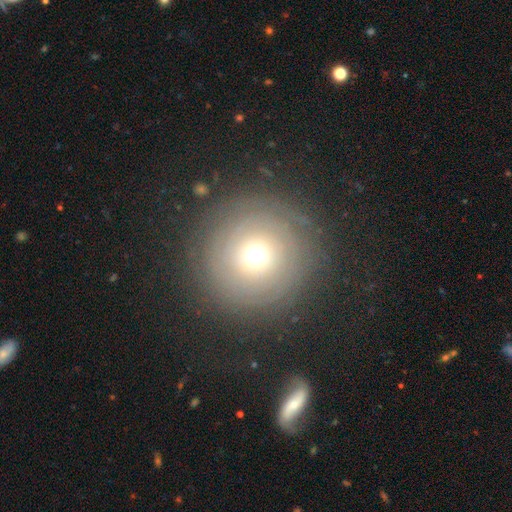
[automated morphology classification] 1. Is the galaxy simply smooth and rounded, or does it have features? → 45% smooth, 41% featured or disk, 14% star or artifact.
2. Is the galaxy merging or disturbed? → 83% none, 10% minor disturbance, 5% major disturbance, 1% merger.